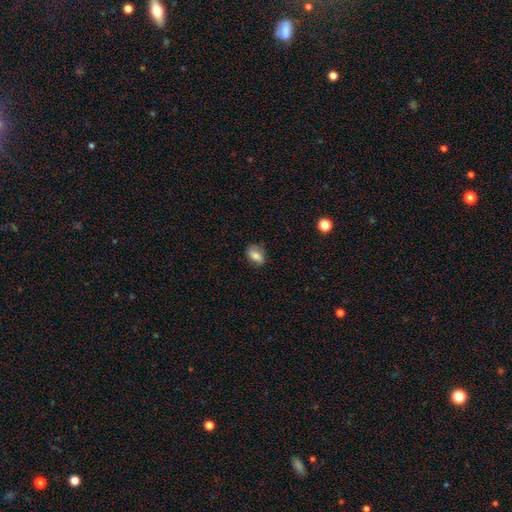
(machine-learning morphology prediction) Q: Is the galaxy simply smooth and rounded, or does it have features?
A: smooth — 72%.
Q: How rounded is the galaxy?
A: in between — 78%.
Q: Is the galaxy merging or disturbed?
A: none — 72%.